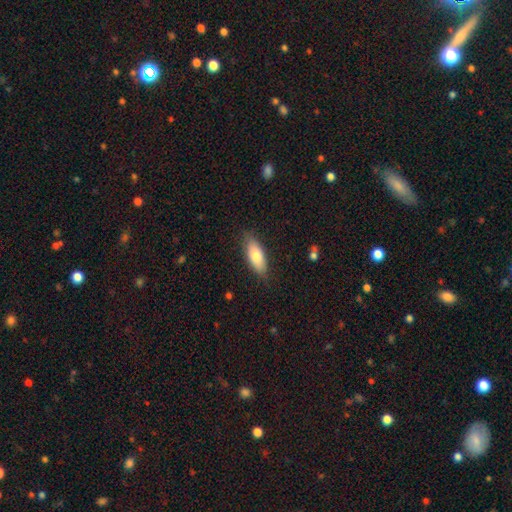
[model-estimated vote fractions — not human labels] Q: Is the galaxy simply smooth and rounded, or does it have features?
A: smooth — 75%.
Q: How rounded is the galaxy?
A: in between — 75%.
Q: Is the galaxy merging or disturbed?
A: none — 83%.